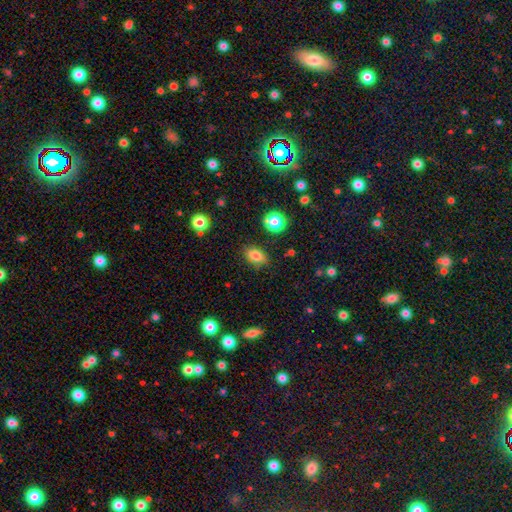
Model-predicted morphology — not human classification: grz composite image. It shows a smooth galaxy with no disk features (81%) that is in between round and cigar-shaped (81%). Merging: none (82%).